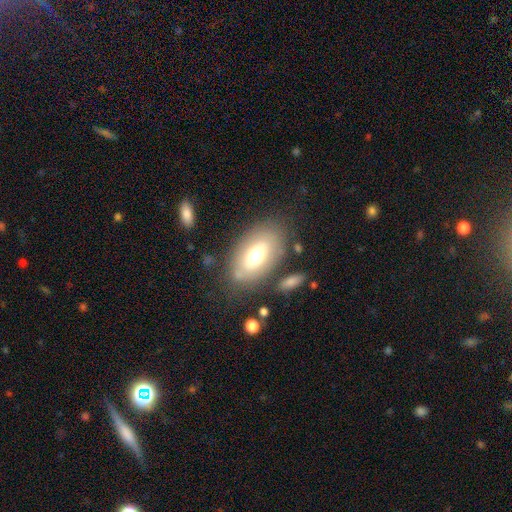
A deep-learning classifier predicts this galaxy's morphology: This appears to be a smooth galaxy with no disk features (63%) that is in between round and cigar-shaped (90%). Merging: none (73%).